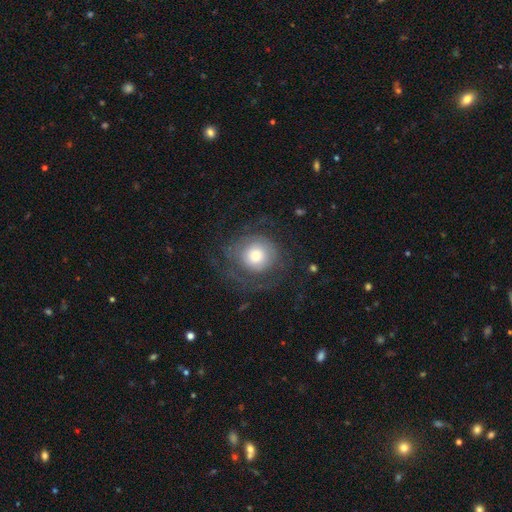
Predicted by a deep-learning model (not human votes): smooth-or-featured: featured or disk: 49% | smooth: 42% | star or artifact: 9%
  merging: none: 64% | major disturbance: 20% | minor disturbance: 14% | merger: 1%